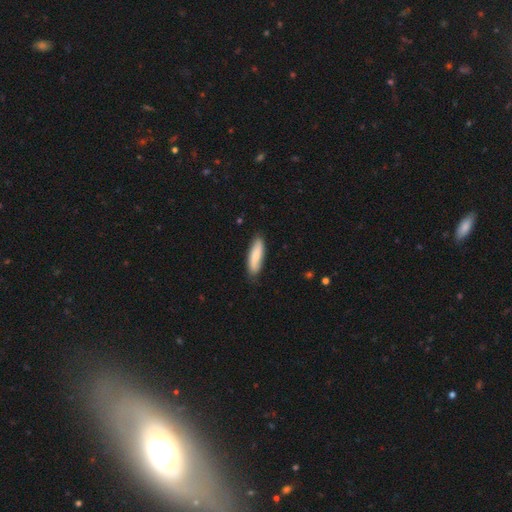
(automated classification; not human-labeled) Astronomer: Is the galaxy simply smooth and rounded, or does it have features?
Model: smooth — 80%.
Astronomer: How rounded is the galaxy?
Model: cigar-shaped — 61% (runner-up: in between, 37%).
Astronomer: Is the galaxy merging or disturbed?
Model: none — 82%.